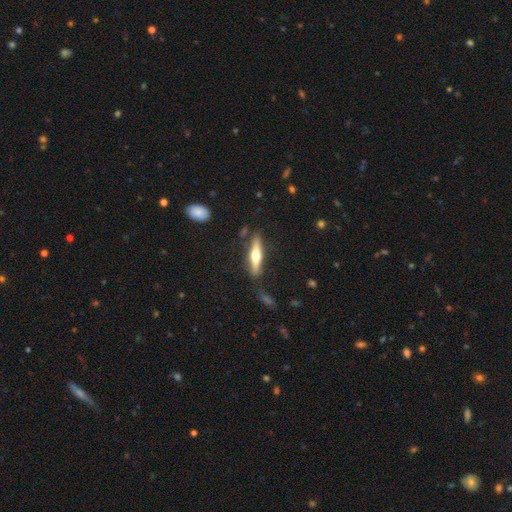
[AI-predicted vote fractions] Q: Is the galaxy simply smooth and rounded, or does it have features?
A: featured or disk — 52%.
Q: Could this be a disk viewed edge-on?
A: yes — 93%.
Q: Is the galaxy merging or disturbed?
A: none — 82%.